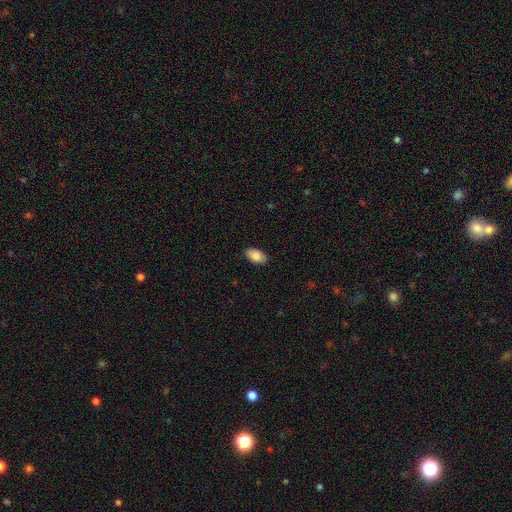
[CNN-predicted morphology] Overall: smooth (85%). How rounded: in between (94%). Merging: none (87%).